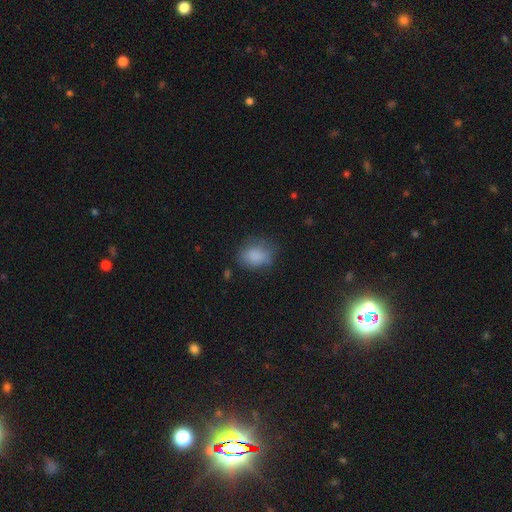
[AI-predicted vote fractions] Smooth or featured? Predicted: smooth (p=0.83). How rounded? Predicted: in between (p=0.57). Merging? Predicted: none (p=0.65).